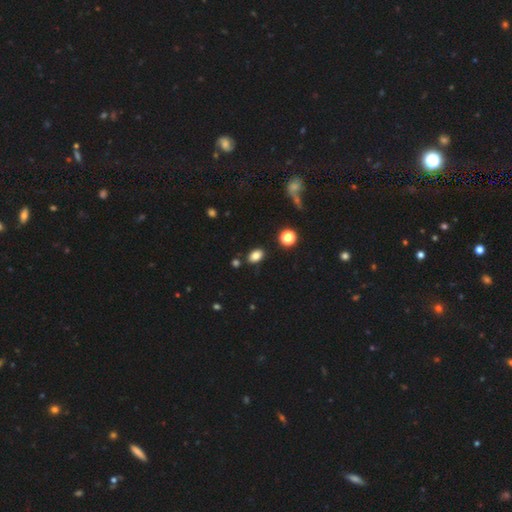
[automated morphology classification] smooth_or_featured: smooth (p=0.82) [alt: star or artifact p=0.12]
how_rounded: in between (p=0.83) [alt: round p=0.16]
merging: none (p=0.83) [alt: minor disturbance p=0.11]